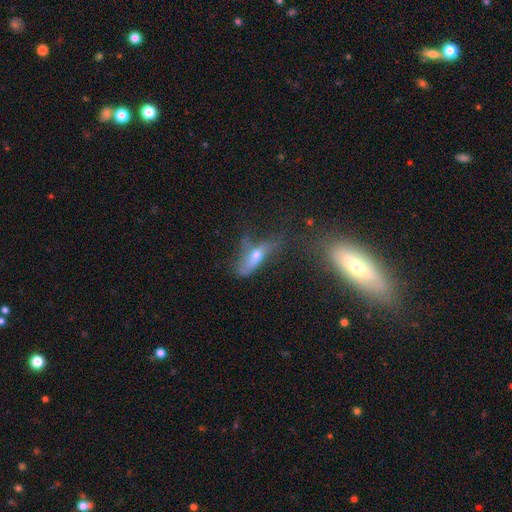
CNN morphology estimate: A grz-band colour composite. It shows a smooth galaxy with no disk features (48%). Merging: major disturbance (36%).